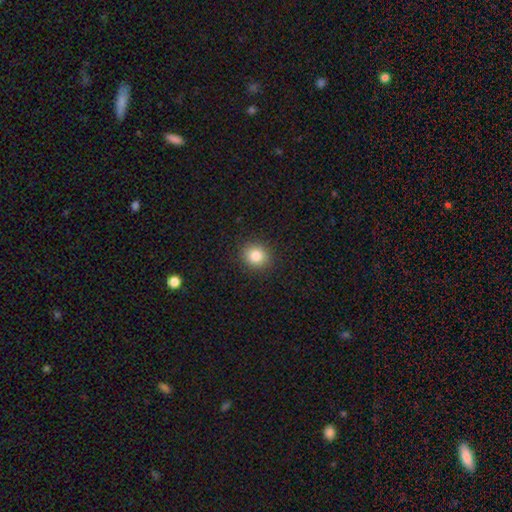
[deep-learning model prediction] This is clearly a smooth galaxy (84%). How rounded: clearly round (84%). Merging: clearly none (91%).